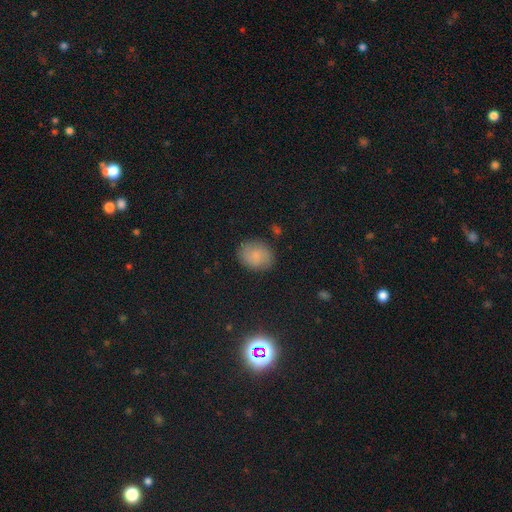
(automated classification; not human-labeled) Q: Smooth or featured?
A: smooth (72%); runner-up: featured or disk (17%)
Q: How rounded?
A: round (51%); runner-up: in between (48%)
Q: Merging?
A: none (83%); runner-up: minor disturbance (12%)